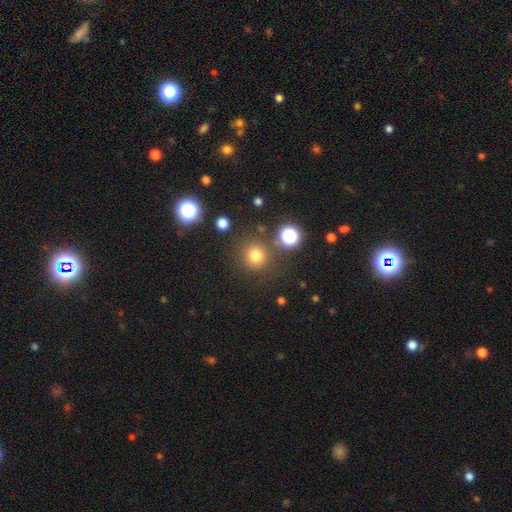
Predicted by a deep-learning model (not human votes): smooth_or_featured: smooth (p=0.75) [alt: star or artifact p=0.18]
how_rounded: round (p=0.93) [alt: in between p=0.06]
merging: none (p=0.83) [alt: minor disturbance p=0.08]